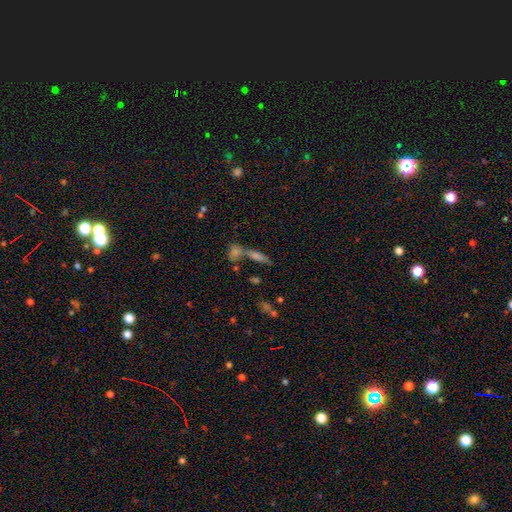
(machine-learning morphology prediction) Smooth or featured?
  - smooth: 47% *
  - featured or disk: 30%
  - star or artifact: 22%
Merging?
  - none: 54% *
  - merger: 31%
  - minor disturbance: 9%
  - major disturbance: 5%